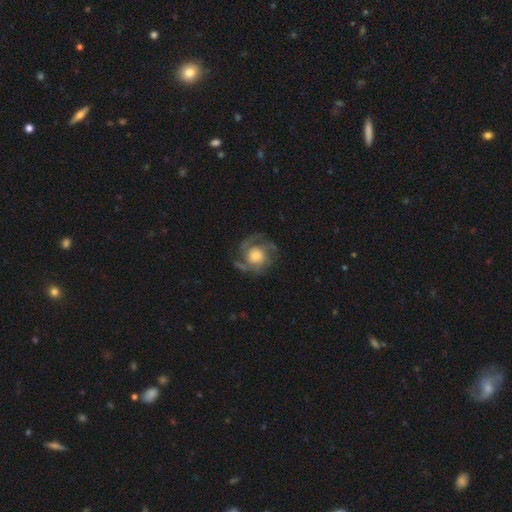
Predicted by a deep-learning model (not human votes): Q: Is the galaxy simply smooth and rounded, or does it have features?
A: featured or disk — 80%.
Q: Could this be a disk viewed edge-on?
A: no — 98%.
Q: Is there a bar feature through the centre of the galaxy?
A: no — 78%.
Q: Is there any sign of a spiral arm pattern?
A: yes — 94%.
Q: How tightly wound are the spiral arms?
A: tight — 44%.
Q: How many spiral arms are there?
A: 3 — 32%.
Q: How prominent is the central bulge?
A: moderate — 48%.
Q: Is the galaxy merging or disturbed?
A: none — 70%.